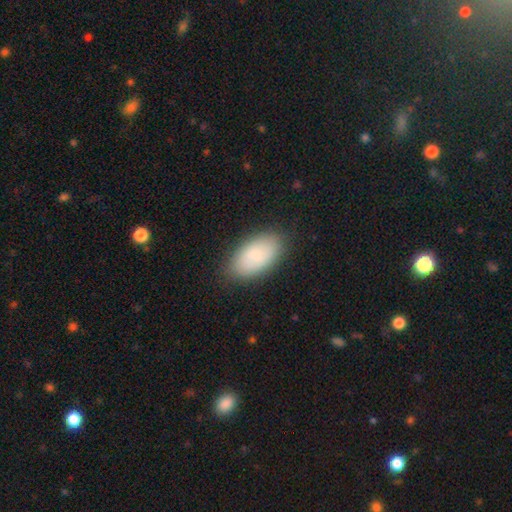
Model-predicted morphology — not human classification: This is likely a smooth galaxy (76%). How rounded: clearly in between (94%). Merging: clearly none (84%).